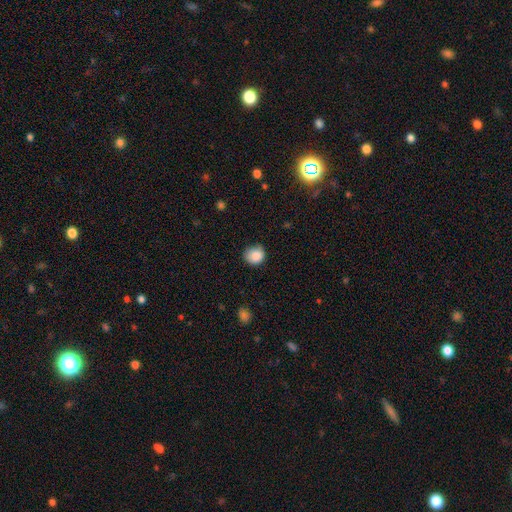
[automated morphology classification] smooth-or-featured: smooth: 87% | star or artifact: 9% | featured or disk: 4%
  how-rounded: round: 81% | in between: 18% | cigar-shaped: 1%
  merging: none: 68% | minor disturbance: 26% | major disturbance: 4% | merger: 1%